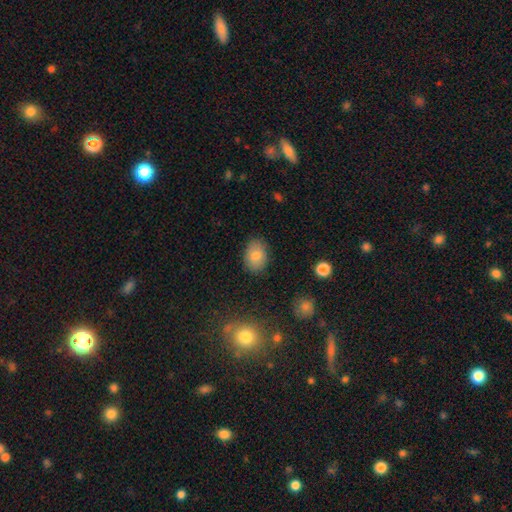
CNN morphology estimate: The model was most divided on "how rounded": in between: 75%, round: 24%, cigar-shaped: 1%. More confident: merging — none (85%); smooth or featured — smooth (80%).